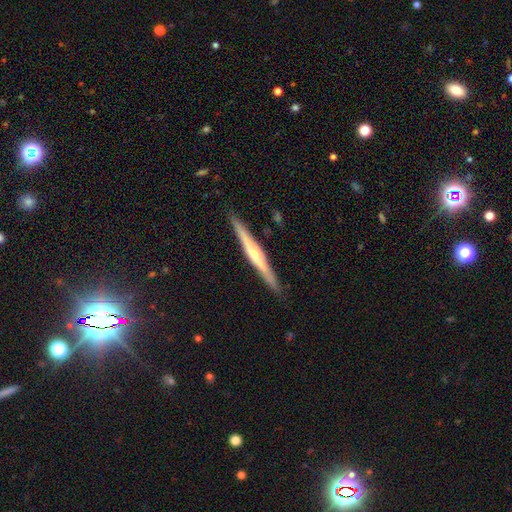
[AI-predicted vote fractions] This appears to be a featured or disk galaxy (69%) viewed edge-on (97%) with a rounded central bulge (77%). Merging: none (90%).